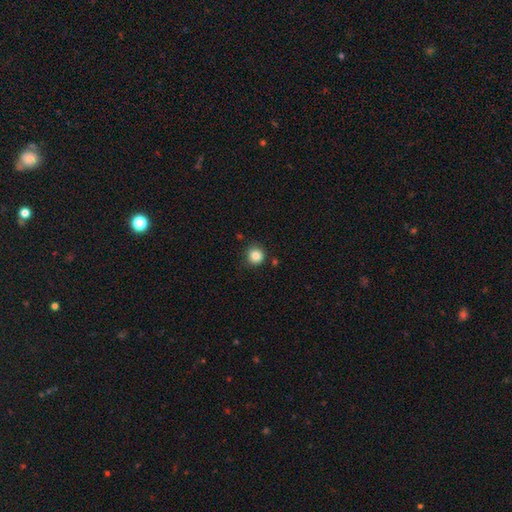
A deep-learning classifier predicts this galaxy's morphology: Smooth or featured: smooth — 85% (star or artifact — 10%)
How rounded: round — 93% (in between — 6%)
Merging: none — 84% (minor disturbance — 11%)